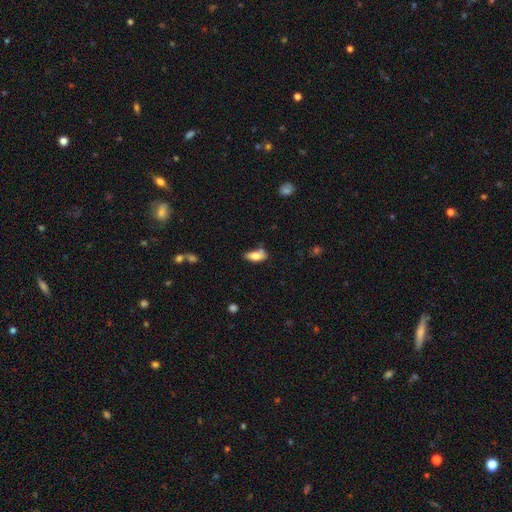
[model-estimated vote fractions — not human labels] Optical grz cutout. It shows a smooth galaxy with no disk features (77%) that is in between round and cigar-shaped (86%). Merging: none (58%).